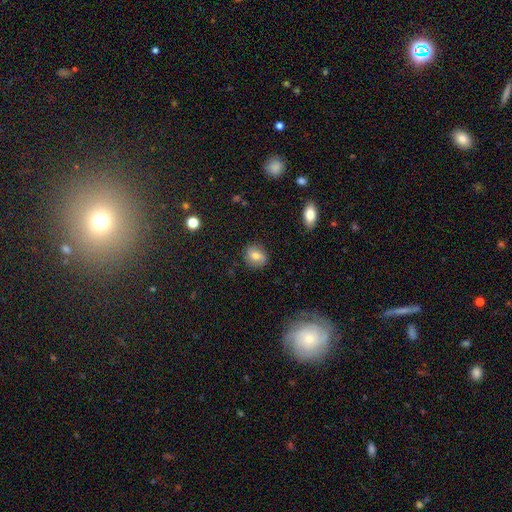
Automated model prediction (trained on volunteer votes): Q: Smooth or featured?
A: smooth (72%); runner-up: featured or disk (18%)
Q: How rounded?
A: round (63%); runner-up: in between (36%)
Q: Merging?
A: none (83%); runner-up: minor disturbance (12%)